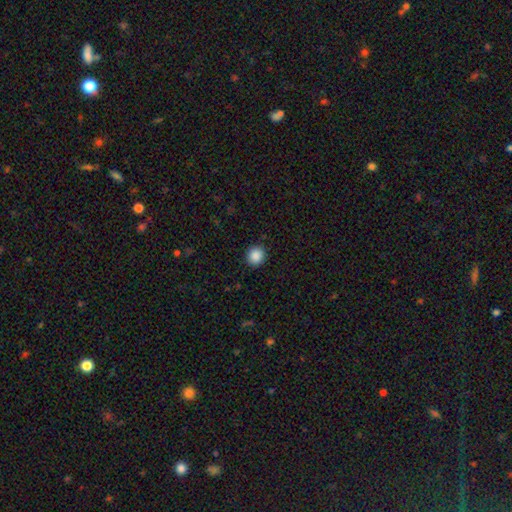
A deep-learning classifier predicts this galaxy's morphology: Overall: smooth (88%). How rounded: round (89%). Merging: none (91%).